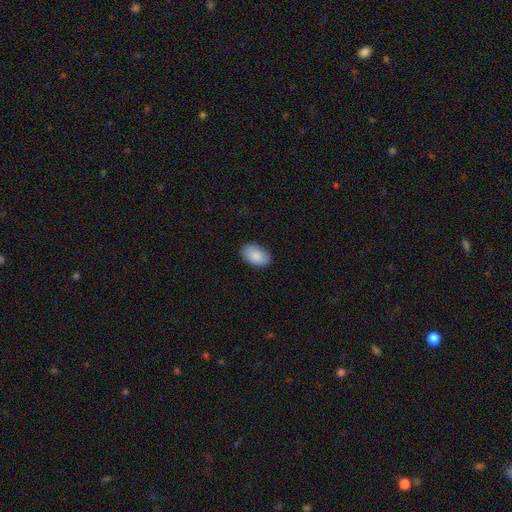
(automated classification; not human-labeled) Smooth or featured? Predicted: smooth (p=0.88). How rounded? Predicted: in between (p=0.92). Merging? Predicted: none (p=0.86).